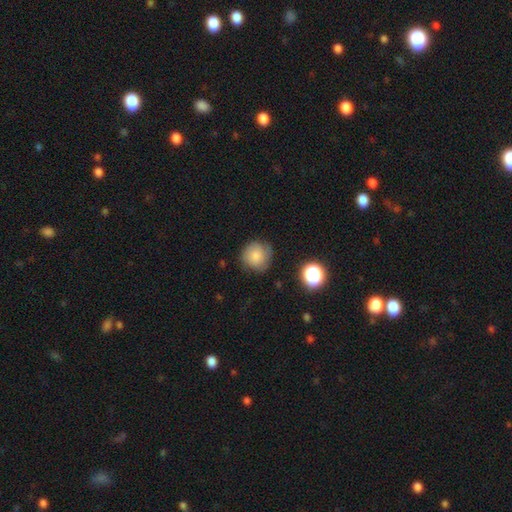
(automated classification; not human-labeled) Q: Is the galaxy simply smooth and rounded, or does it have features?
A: smooth — 74%.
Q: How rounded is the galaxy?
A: round — 89%.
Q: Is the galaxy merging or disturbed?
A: none — 70%.